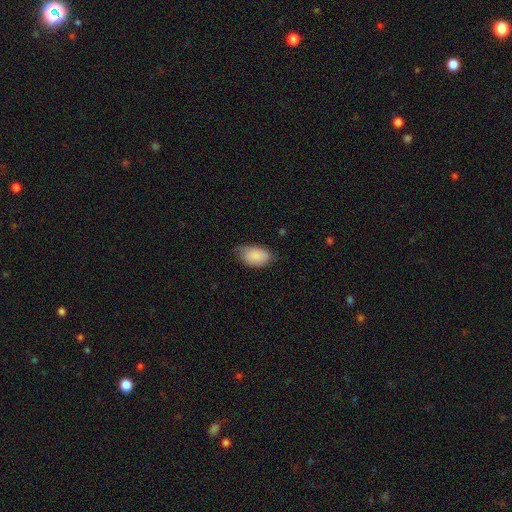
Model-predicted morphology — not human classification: A smooth galaxy with no disk features (87%) that is in between round and cigar-shaped (92%). Merging: none (56%).